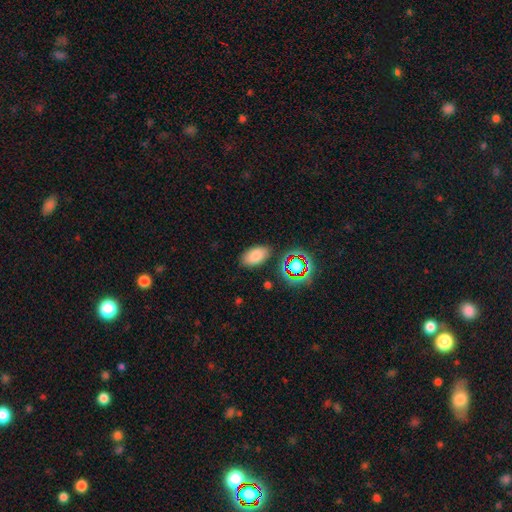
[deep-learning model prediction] Smooth or featured: smooth — 78% (star or artifact — 14%)
How rounded: in between — 93% (round — 6%)
Merging: none — 83% (minor disturbance — 11%)